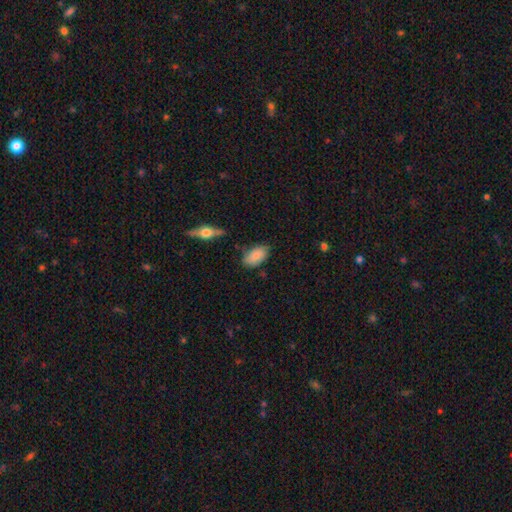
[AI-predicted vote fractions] The model was most divided on "merging": none: 70%, minor disturbance: 22%, major disturbance: 4%, merger: 4%. More confident: how rounded — in between (92%); smooth or featured — smooth (81%).